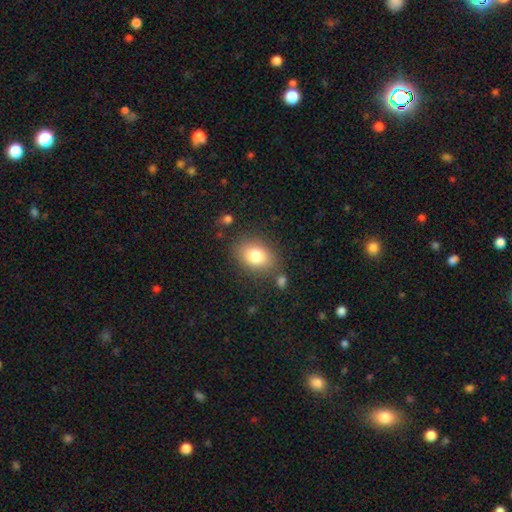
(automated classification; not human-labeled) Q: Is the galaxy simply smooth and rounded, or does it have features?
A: smooth — 80%.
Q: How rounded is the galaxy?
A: in between — 71%.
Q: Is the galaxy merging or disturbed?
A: none — 78%.